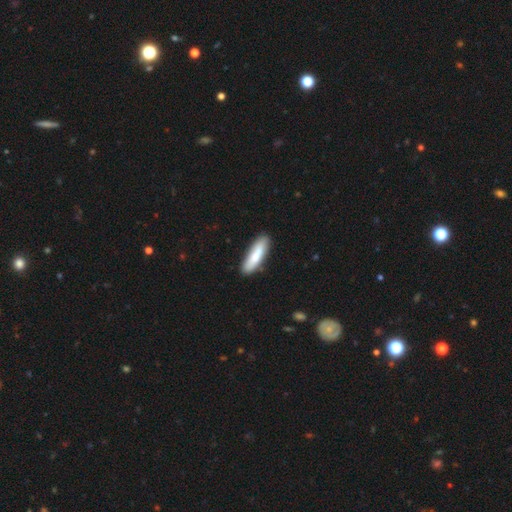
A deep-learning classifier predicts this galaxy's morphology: This appears to be a smooth galaxy with no disk features (78%) that is cigar-shaped (64%). Merging: none (84%).